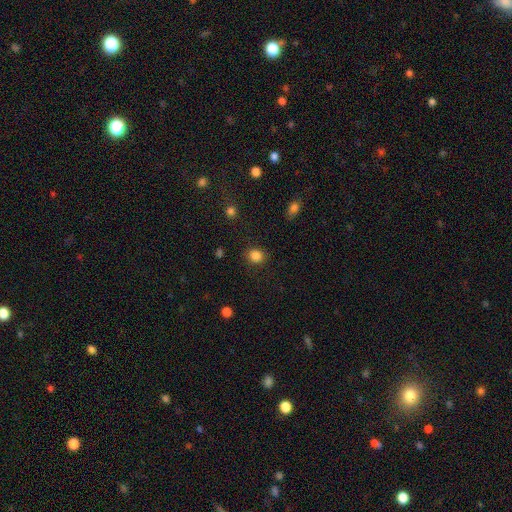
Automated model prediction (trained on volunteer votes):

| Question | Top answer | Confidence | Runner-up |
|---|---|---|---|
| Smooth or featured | smooth | 85% | star or artifact (11%) |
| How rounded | round | 70% | in between (29%) |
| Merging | none | 87% | minor disturbance (9%) |